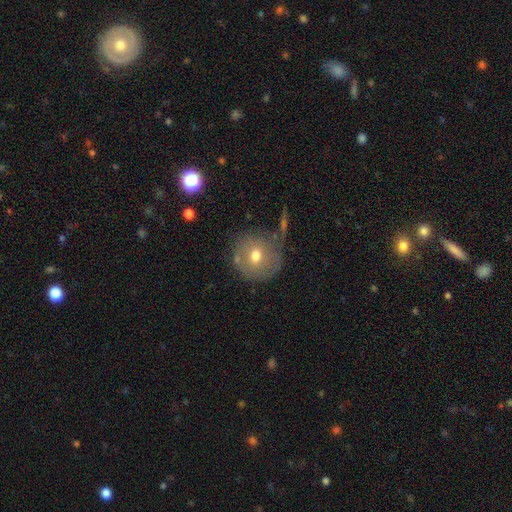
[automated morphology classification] type=smooth (65%); roundness=round (91%); merging=none (69%).